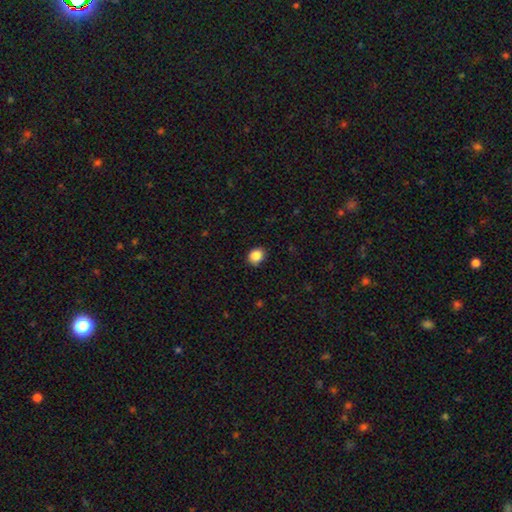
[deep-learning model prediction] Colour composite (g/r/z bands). It shows a smooth galaxy with no disk features (87%) that is round (64%). Merging: none (85%).